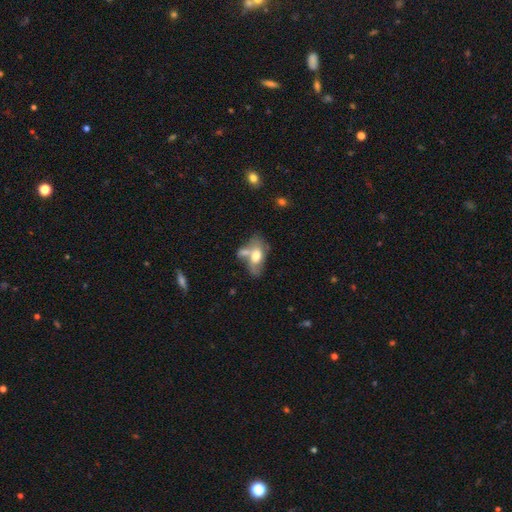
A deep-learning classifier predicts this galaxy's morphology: smooth 58%, featured or disk 35%, star or artifact 8%. Down the decision tree: how rounded — in between (89%); merging — merger (46%).